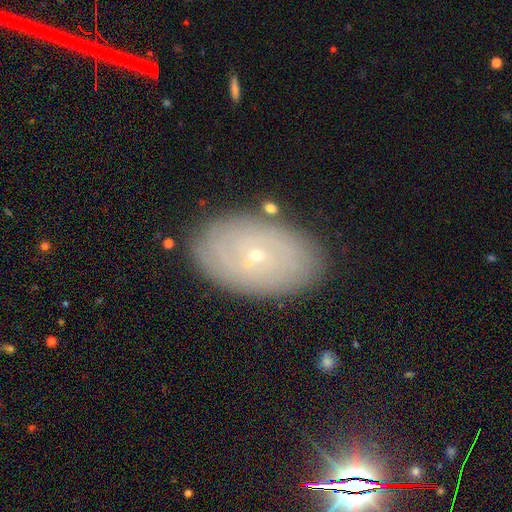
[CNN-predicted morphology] Smooth or featured?
  - featured or disk: 62% *
  - smooth: 29%
  - star or artifact: 9%
Edge-on disk?
  - no: 93% *
  - yes: 7%
Bar?
  - no: 70% *
  - weak: 25%
  - strong: 5%
Spiral arms?
  - yes: 70% *
  - no: 30%
Bulge size?
  - small: 82% *
  - moderate: 15%
  - none: 1%
  - large: 1%
  - dominant: 1%
Merging?
  - none: 86% *
  - minor disturbance: 10%
  - major disturbance: 3%
  - merger: 2%